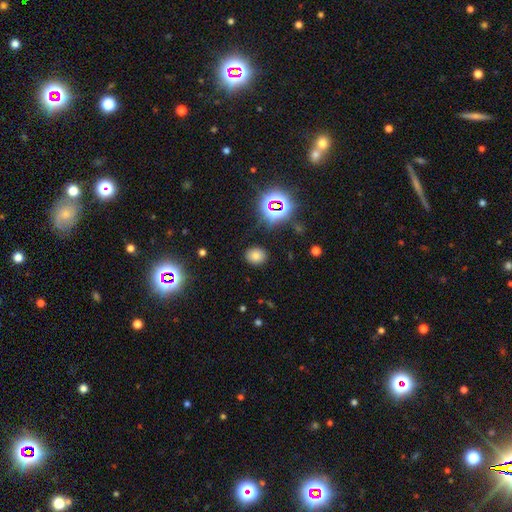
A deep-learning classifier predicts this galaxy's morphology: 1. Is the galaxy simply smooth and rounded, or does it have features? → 69% smooth, 22% star or artifact, 8% featured or disk.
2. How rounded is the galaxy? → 58% round, 41% in between, 1% cigar-shaped.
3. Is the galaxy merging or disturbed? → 87% none, 9% minor disturbance, 3% major disturbance, 2% merger.